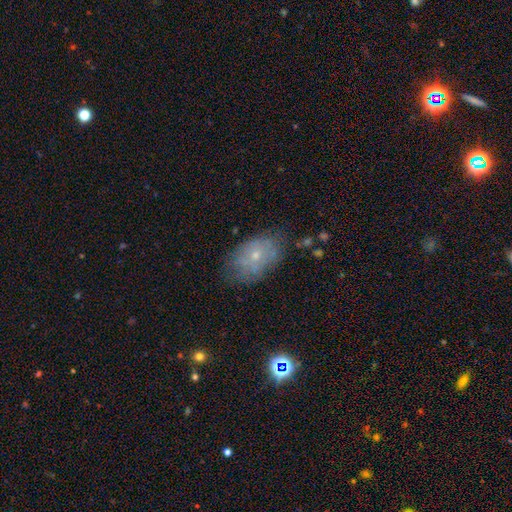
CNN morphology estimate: type=smooth (52%); roundness=in between (85%); merging=none (64%).